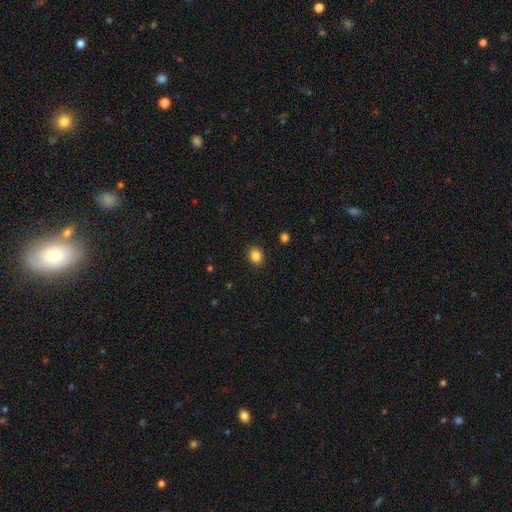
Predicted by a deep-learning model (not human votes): Smooth or featured: smooth — 85% (star or artifact — 10%)
How rounded: in between — 52% (round — 47%)
Merging: none — 90% (minor disturbance — 7%)